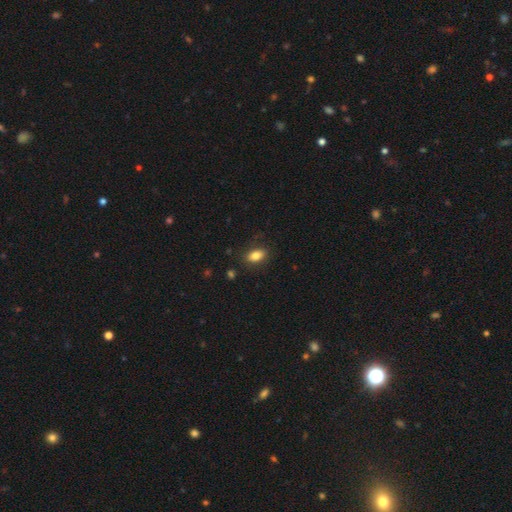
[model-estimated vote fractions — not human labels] smooth_or_featured: smooth (p=0.82) [alt: featured or disk p=0.09]
how_rounded: in between (p=0.87) [alt: round p=0.09]
merging: none (p=0.85) [alt: minor disturbance p=0.11]